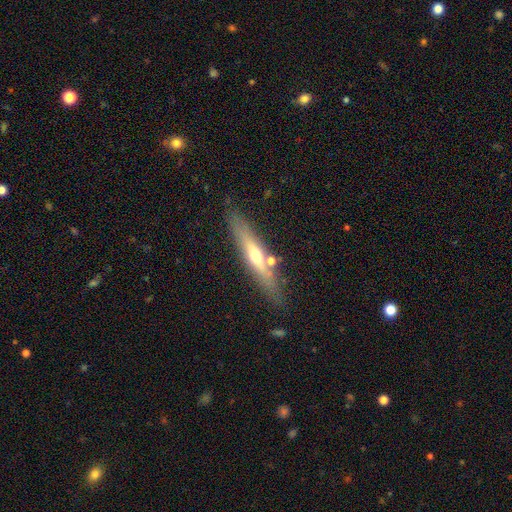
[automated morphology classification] featured or disk 59%, smooth 34%, star or artifact 7%. Down the decision tree: edge-on disk — yes (88%); edge-on bulge — rounded (84%); merging — none (81%).